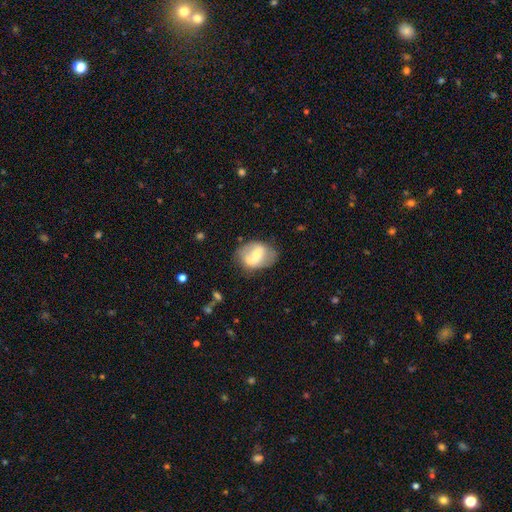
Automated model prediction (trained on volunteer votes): A featured or disk galaxy (48%). Merging: none (48%).